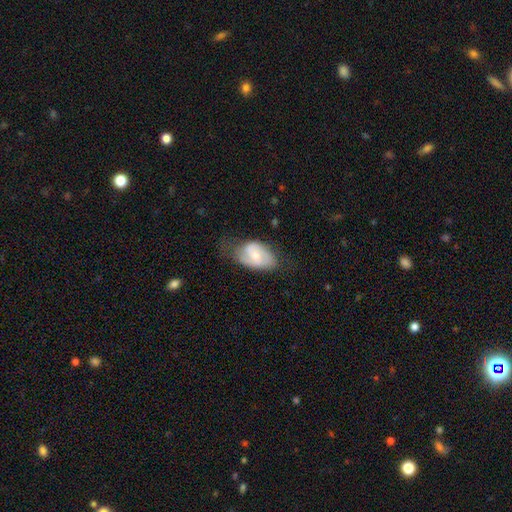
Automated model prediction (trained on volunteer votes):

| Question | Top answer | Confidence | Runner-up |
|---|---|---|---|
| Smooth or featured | featured or disk | 51% | smooth (43%) |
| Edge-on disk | no | 95% | yes (5%) |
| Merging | none | 48% | minor disturbance (33%) |